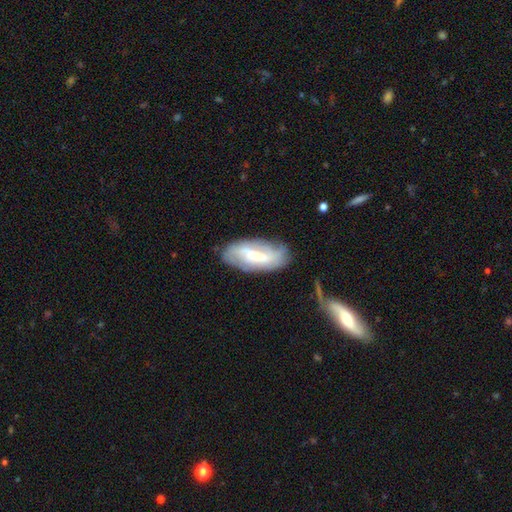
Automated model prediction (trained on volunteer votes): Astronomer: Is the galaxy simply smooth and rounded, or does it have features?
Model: featured or disk — 52% (runner-up: smooth, 40%).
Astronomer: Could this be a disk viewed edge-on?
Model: no — 88%.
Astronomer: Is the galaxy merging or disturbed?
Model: none — 68%.